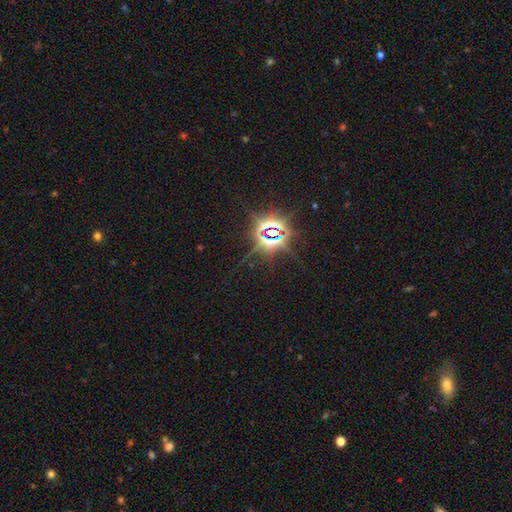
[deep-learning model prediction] smooth_or_featured: star or artifact (p=0.86) [alt: smooth p=0.08]